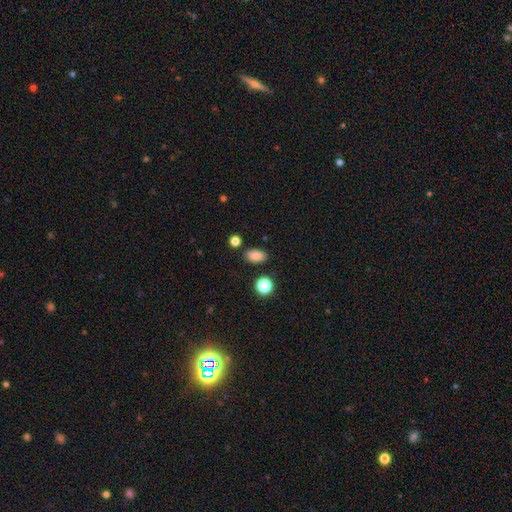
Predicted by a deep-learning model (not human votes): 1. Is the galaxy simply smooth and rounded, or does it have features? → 84% smooth, 12% star or artifact, 4% featured or disk.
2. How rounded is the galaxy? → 87% in between, 11% round, 2% cigar-shaped.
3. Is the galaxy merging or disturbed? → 83% none, 11% minor disturbance, 3% merger, 3% major disturbance.